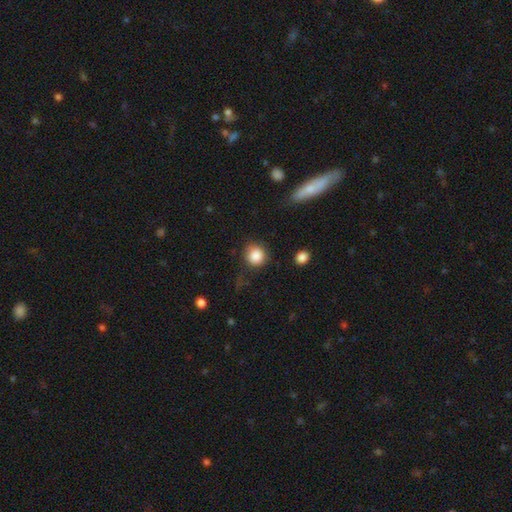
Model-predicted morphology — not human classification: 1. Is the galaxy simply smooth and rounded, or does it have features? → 87% smooth, 9% star or artifact, 4% featured or disk.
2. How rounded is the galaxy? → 89% round, 10% in between, 1% cigar-shaped.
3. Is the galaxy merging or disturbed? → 76% none, 15% minor disturbance, 6% major disturbance, 3% merger.